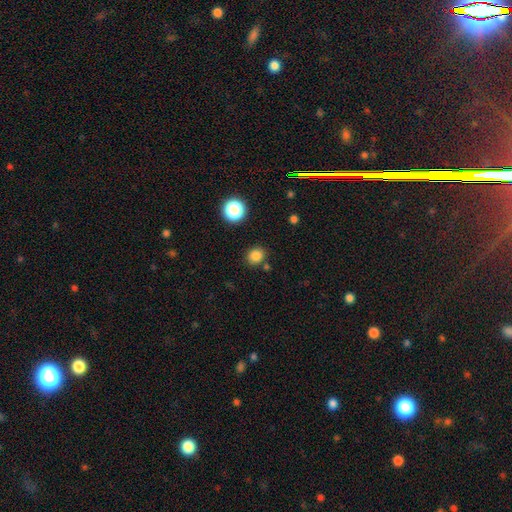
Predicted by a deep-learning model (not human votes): Smooth or featured? smooth (82%)
How rounded? round (76%)
Merging? none (81%)